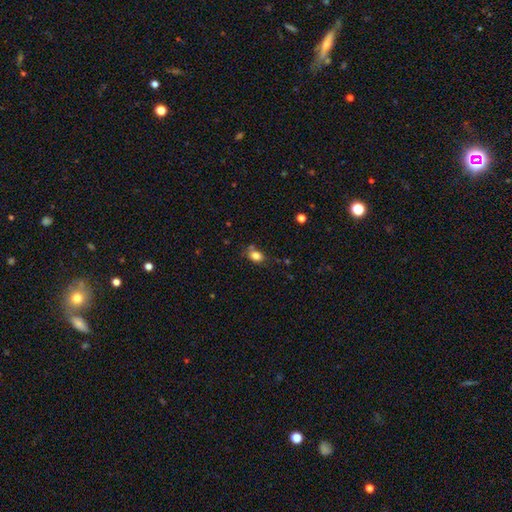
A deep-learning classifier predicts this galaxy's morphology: This is clearly a smooth galaxy (82%). How rounded: likely in between (70%). Merging: likely none (66%).